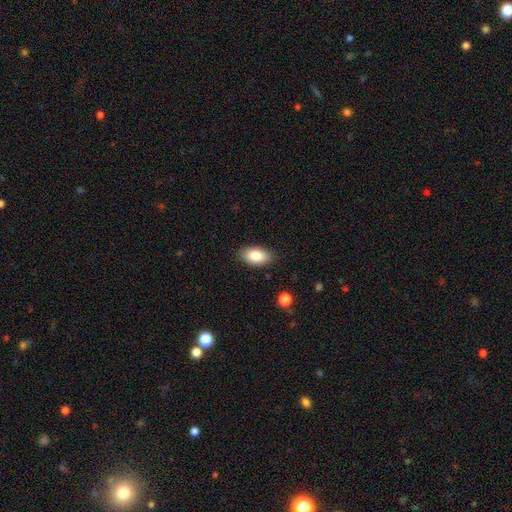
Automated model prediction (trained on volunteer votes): smooth-or-featured: smooth: 86% | featured or disk: 7% | star or artifact: 7%
  how-rounded: in between: 93% | round: 4% | cigar-shaped: 3%
  merging: none: 85% | minor disturbance: 11% | major disturbance: 3% | merger: 1%